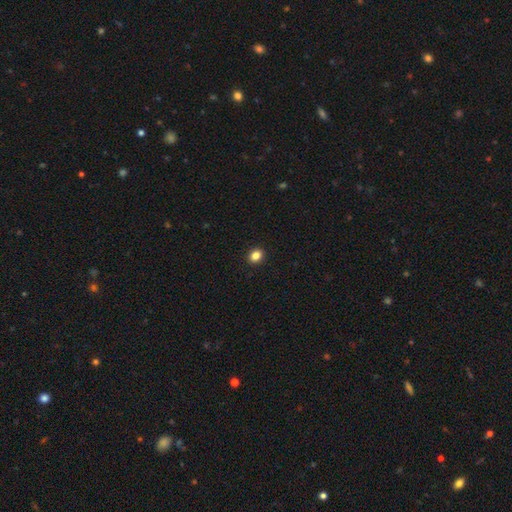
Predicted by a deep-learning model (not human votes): smooth_or_featured: smooth (p=0.84) [alt: star or artifact p=0.12]
how_rounded: round (p=0.66) [alt: in between p=0.33]
merging: none (p=0.92) [alt: minor disturbance p=0.05]